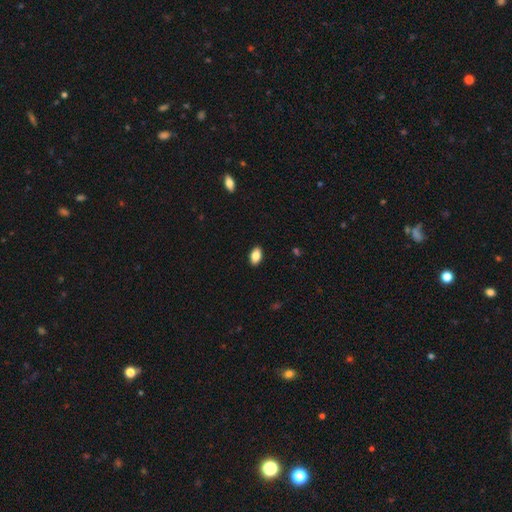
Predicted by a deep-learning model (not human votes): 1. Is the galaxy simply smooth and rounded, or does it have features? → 86% smooth, 8% star or artifact, 7% featured or disk.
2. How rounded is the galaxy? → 92% in between, 6% round, 2% cigar-shaped.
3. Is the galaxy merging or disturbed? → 90% none, 7% minor disturbance, 2% major disturbance, 1% merger.